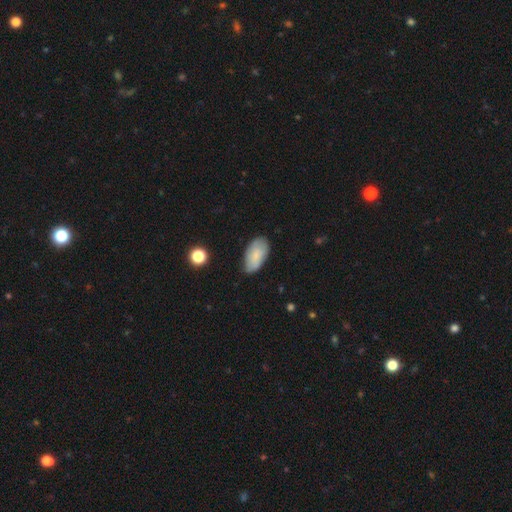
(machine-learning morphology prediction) The model was most divided on "merging": none: 70%, minor disturbance: 24%, major disturbance: 4%, merger: 2%. More confident: how rounded — in between (94%); smooth or featured — smooth (73%).